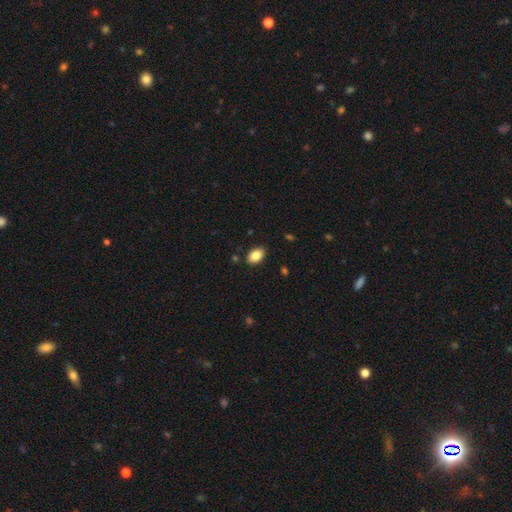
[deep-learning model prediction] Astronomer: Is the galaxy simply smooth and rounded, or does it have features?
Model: smooth — 86%.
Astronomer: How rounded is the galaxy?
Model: in between — 90%.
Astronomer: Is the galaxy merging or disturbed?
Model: none — 88%.